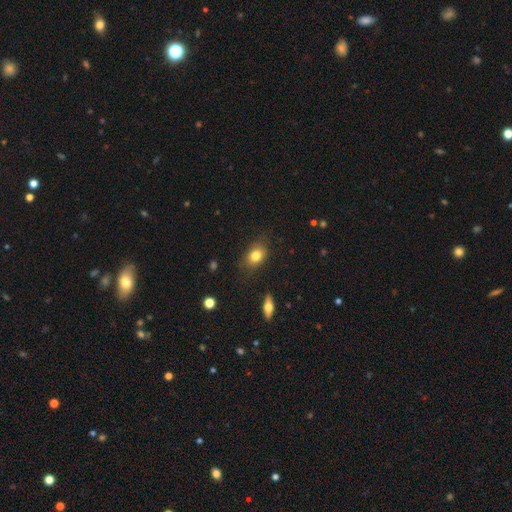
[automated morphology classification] A smooth galaxy with no disk features (80%) that is in between round and cigar-shaped (70%). Merging: none (78%).